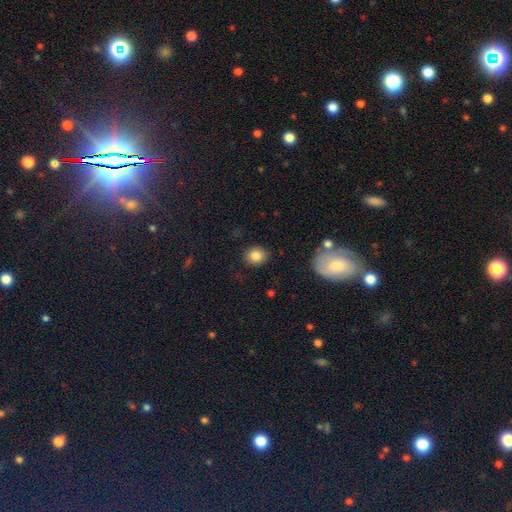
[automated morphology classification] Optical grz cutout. It shows a smooth galaxy with no disk features (83%) that is round (68%). Merging: none (87%).